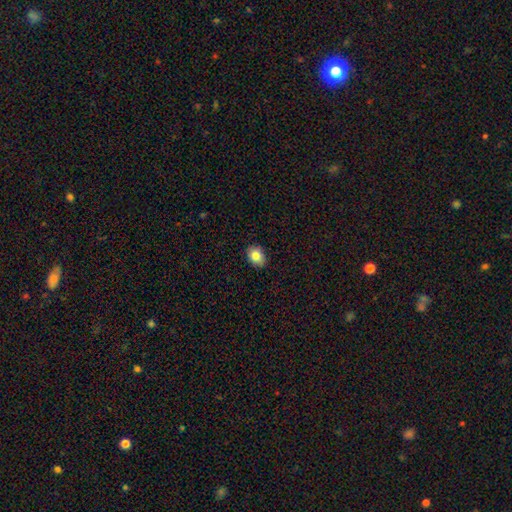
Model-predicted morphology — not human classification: A smooth galaxy with no disk features (83%) that is in between round and cigar-shaped (64%). Merging: none (87%).